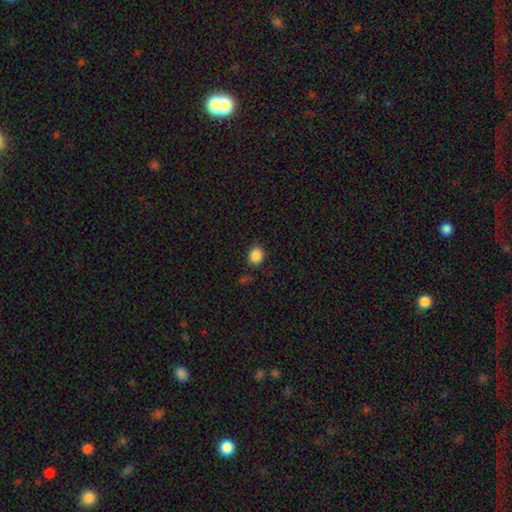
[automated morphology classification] Q: Smooth or featured?
A: smooth (87%); runner-up: star or artifact (10%)
Q: How rounded?
A: round (58%); runner-up: in between (41%)
Q: Merging?
A: none (84%); runner-up: minor disturbance (10%)